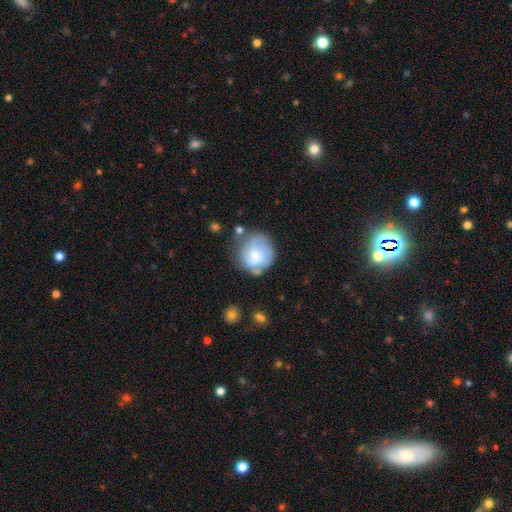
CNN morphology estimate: Smooth or featured? featured or disk (56%)
Edge-on disk? no (98%)
Bar? no (55%)
Spiral arms? yes (83%)
Bulge size? small (46%)
Merging? none (59%)